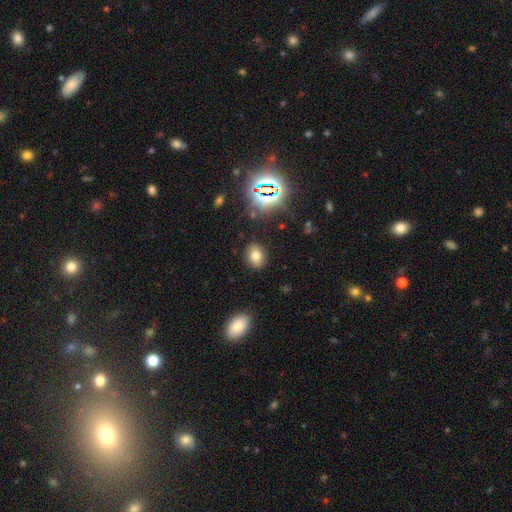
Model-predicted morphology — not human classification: The model was most divided on "how rounded": in between: 68%, round: 31%, cigar-shaped: 1%. More confident: merging — none (86%); smooth or featured — smooth (72%).